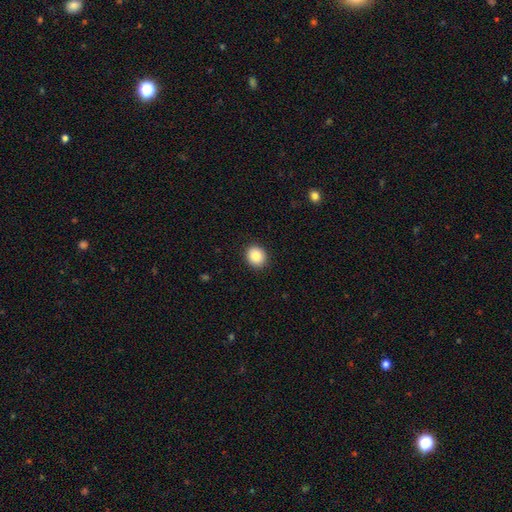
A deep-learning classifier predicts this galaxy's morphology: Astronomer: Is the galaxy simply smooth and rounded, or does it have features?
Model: smooth — 85%.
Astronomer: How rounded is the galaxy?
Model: round — 78%.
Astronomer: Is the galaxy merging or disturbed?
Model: none — 91%.